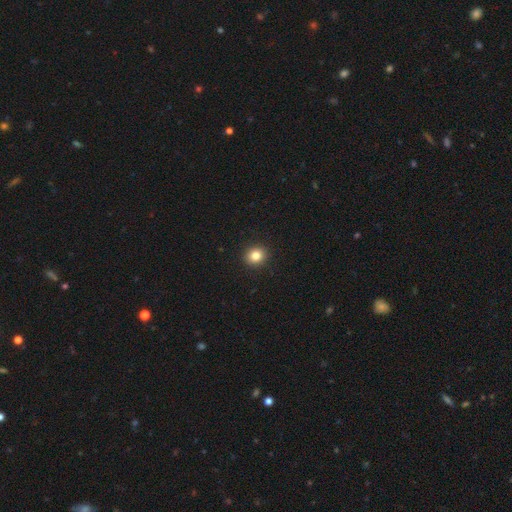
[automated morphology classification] Q: Smooth or featured?
A: smooth (83%); runner-up: star or artifact (11%)
Q: How rounded?
A: round (79%); runner-up: in between (20%)
Q: Merging?
A: none (93%); runner-up: minor disturbance (5%)